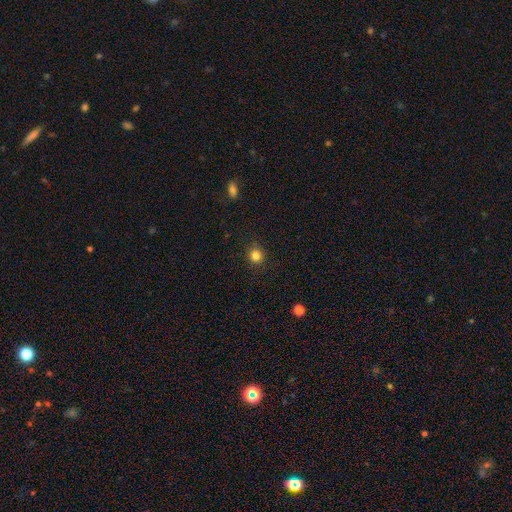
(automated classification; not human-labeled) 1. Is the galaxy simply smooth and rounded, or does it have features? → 84% smooth, 12% star or artifact, 4% featured or disk.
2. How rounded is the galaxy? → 92% round, 7% in between, 1% cigar-shaped.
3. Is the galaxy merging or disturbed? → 90% none, 7% minor disturbance, 2% major disturbance, 1% merger.